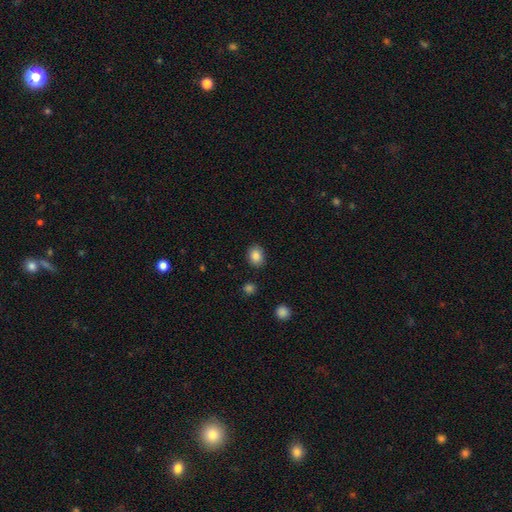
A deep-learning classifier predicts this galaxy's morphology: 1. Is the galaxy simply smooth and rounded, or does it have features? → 86% smooth, 9% star or artifact, 5% featured or disk.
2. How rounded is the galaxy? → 54% in between, 45% round, 1% cigar-shaped.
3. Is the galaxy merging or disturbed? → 86% none, 9% minor disturbance, 3% major disturbance, 2% merger.